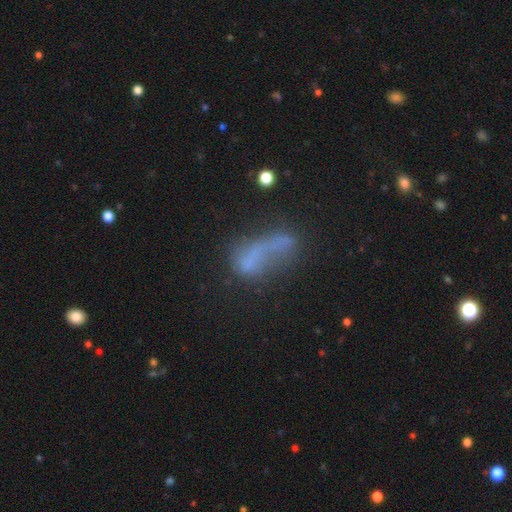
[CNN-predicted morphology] A smooth galaxy with no disk features (48%). Merging: major disturbance (32%).